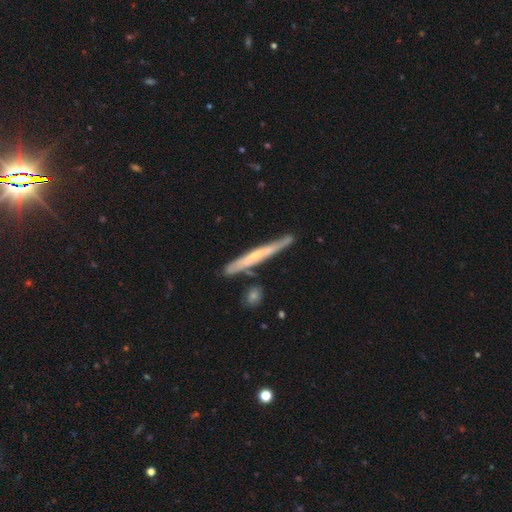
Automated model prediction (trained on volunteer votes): Overall: featured or disk (58%; smooth 36%). Edge-on disk: yes (92%). Edge-on bulge: none (64%; rounded 28%). Merging: none (77%).